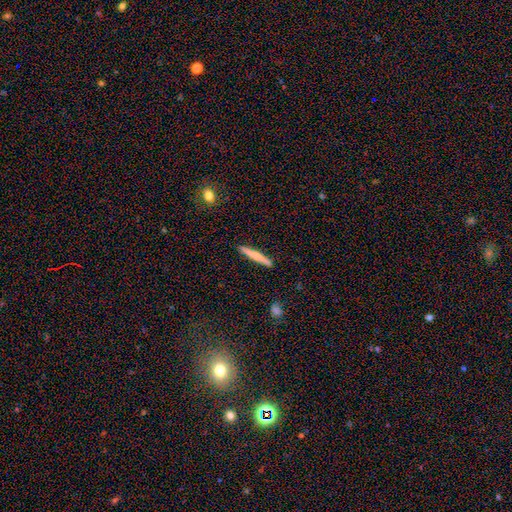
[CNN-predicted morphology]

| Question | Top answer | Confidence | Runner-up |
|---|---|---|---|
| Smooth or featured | smooth | 65% | featured or disk (29%) |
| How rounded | cigar-shaped | 95% | in between (3%) |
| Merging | none | 89% | minor disturbance (8%) |